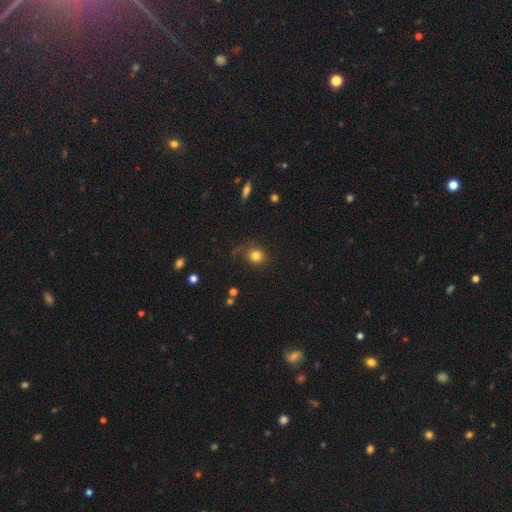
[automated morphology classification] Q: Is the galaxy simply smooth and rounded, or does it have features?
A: smooth — 80%.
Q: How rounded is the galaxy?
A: round — 83%.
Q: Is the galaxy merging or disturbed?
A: none — 72%.